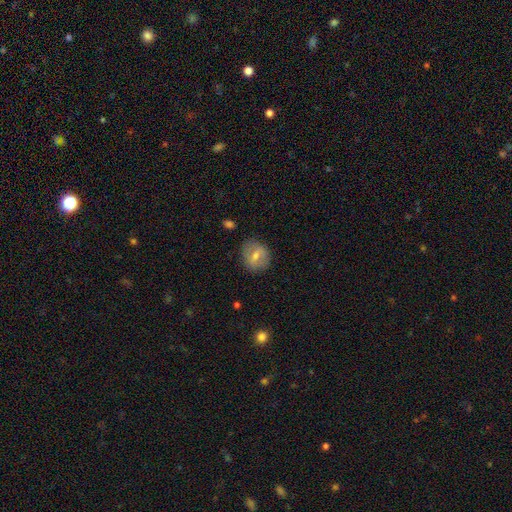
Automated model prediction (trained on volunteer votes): This is possibly a smooth galaxy (54%). How rounded: likely round (67%). Merging: clearly none (83%).